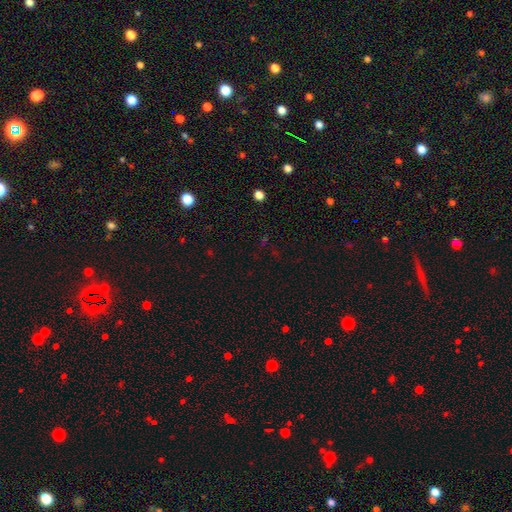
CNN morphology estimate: smooth_or_featured: star or artifact (p=0.66) [alt: smooth p=0.25]